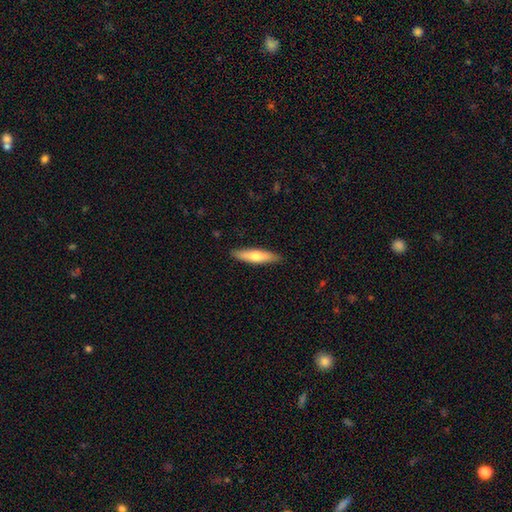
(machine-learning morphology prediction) A smooth galaxy with no disk features (58%) that is cigar-shaped (77%). Merging: none (89%).